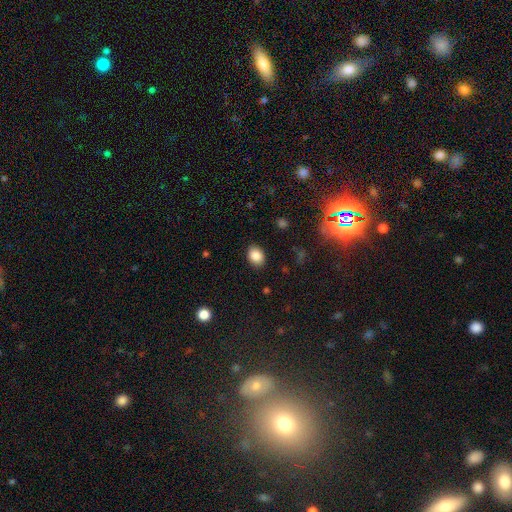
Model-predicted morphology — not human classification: smooth 86%, star or artifact 9%, featured or disk 5%. Down the decision tree: how rounded — in between (67%); merging — none (87%).